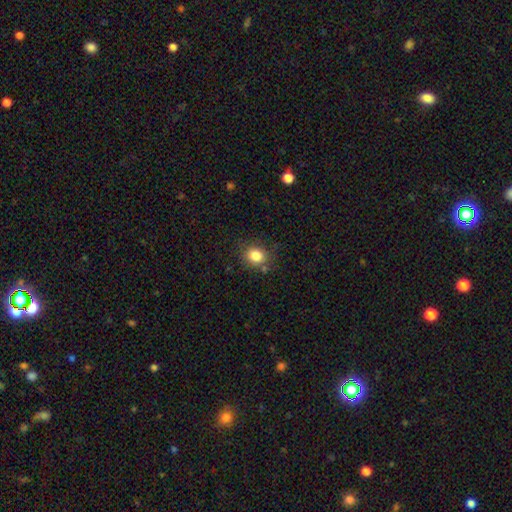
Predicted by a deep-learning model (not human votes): The model was most divided on "how rounded": round: 66%, in between: 33%, cigar-shaped: 1%. More confident: smooth or featured — smooth (83%); merging — none (79%).